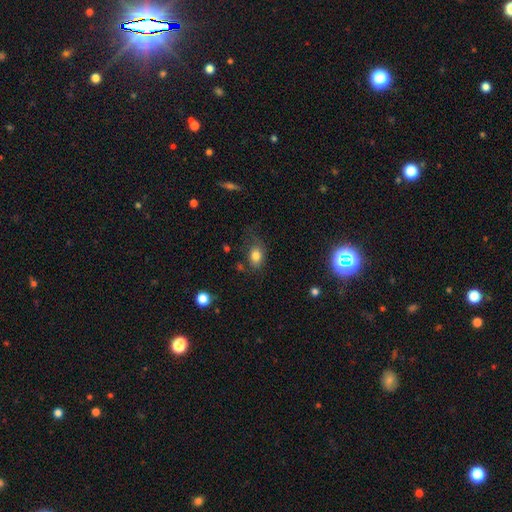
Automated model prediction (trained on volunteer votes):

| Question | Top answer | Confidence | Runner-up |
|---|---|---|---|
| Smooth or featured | smooth | 80% | star or artifact (10%) |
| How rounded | in between | 76% | round (22%) |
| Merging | none | 60% | minor disturbance (25%) |